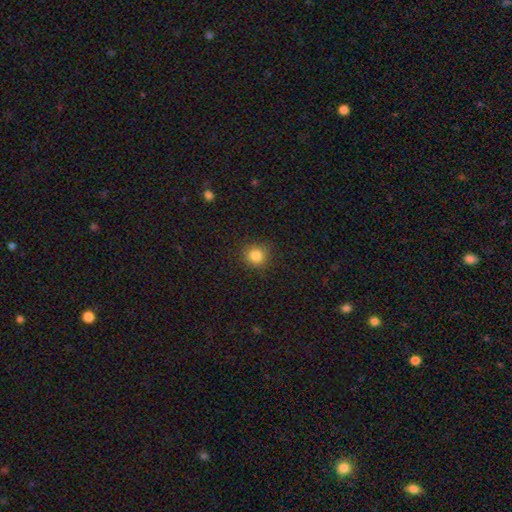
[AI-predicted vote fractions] This appears to be a smooth galaxy with no disk features (84%) that is round (88%). Merging: none (87%).